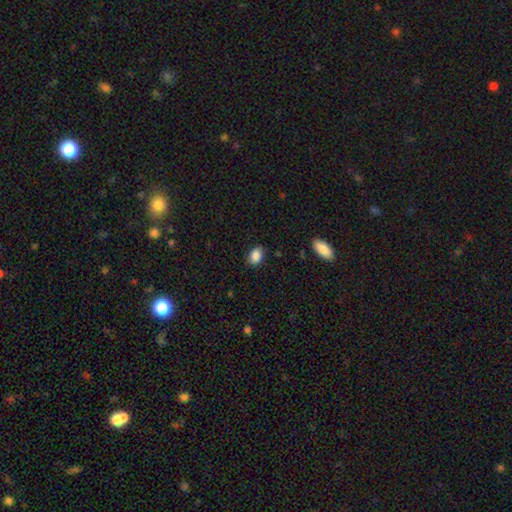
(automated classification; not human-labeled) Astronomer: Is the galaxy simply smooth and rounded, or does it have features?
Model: smooth — 87%.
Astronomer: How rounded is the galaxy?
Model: in between — 76%.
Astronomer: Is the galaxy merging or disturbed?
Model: none — 81%.